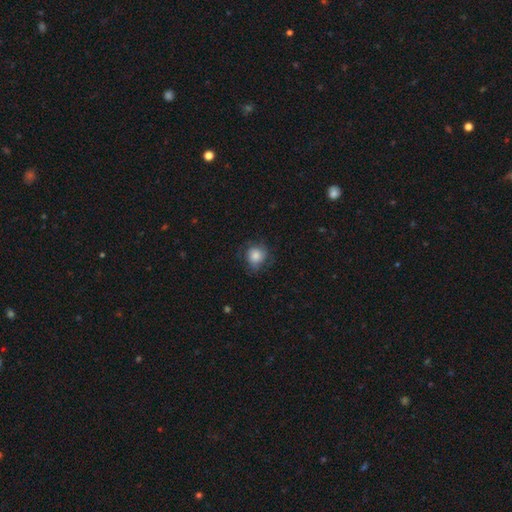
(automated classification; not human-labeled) A smooth galaxy with no disk features (71%) that is round (82%).

Vote fractions:
- Smooth or featured? smooth: 71% / featured or disk: 21% / star or artifact: 9%
- How rounded? round: 82% / in between: 17% / cigar-shaped: 1%
- Merging? none: 69% / minor disturbance: 21% / major disturbance: 10% / merger: 1%